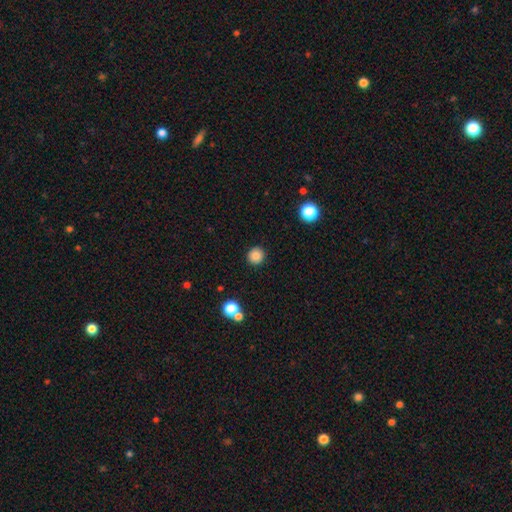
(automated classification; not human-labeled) A smooth galaxy with no disk features (86%) that is round (93%).

Vote fractions:
- Smooth or featured? smooth: 86% / star or artifact: 10% / featured or disk: 4%
- How rounded? round: 93% / in between: 6% / cigar-shaped: 1%
- Merging? none: 91% / minor disturbance: 5% / major disturbance: 2% / merger: 2%